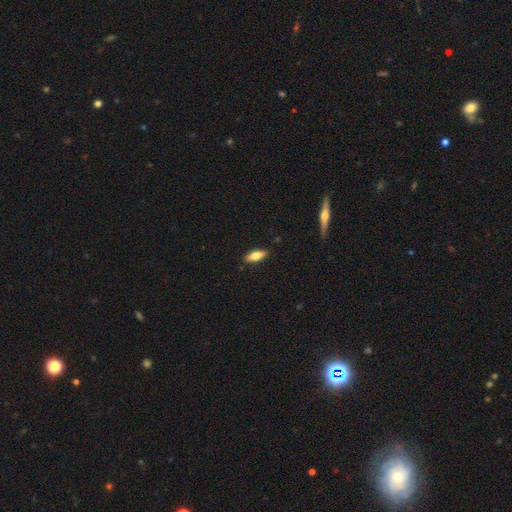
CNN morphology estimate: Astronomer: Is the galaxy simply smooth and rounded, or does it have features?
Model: smooth — 69%.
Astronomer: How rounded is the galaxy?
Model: in between — 69%.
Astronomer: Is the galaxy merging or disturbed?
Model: none — 89%.